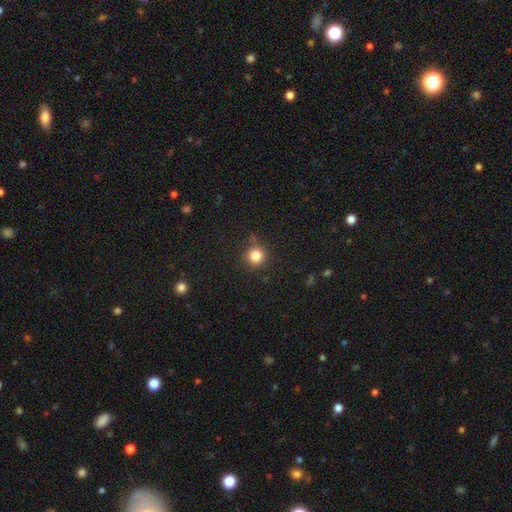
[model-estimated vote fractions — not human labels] Smooth or featured?
  - smooth: 83% *
  - star or artifact: 12%
  - featured or disk: 5%
How rounded?
  - round: 94% *
  - in between: 5%
  - cigar-shaped: 1%
Merging?
  - none: 83% *
  - minor disturbance: 10%
  - merger: 4%
  - major disturbance: 3%